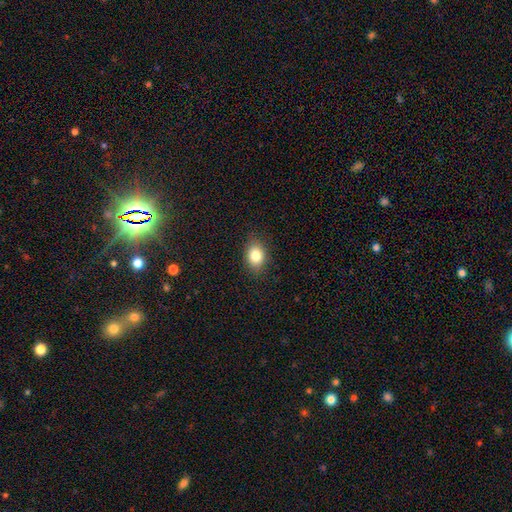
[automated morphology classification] This appears to be a smooth galaxy with no disk features (82%) that is in between round and cigar-shaped (69%). Merging: none (87%).